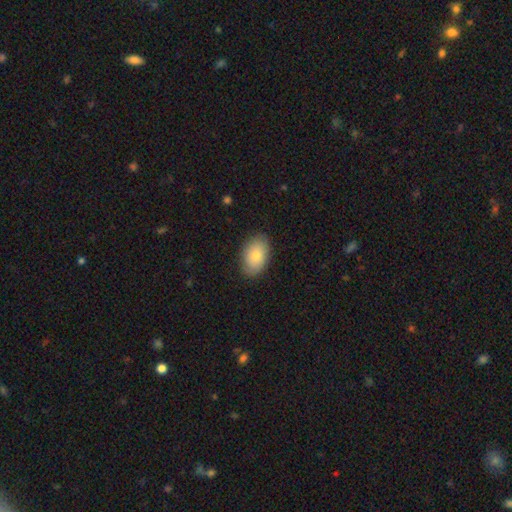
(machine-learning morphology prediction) Smooth or featured: smooth — 79% (featured or disk — 15%)
How rounded: in between — 88% (round — 10%)
Merging: none — 85% (minor disturbance — 11%)